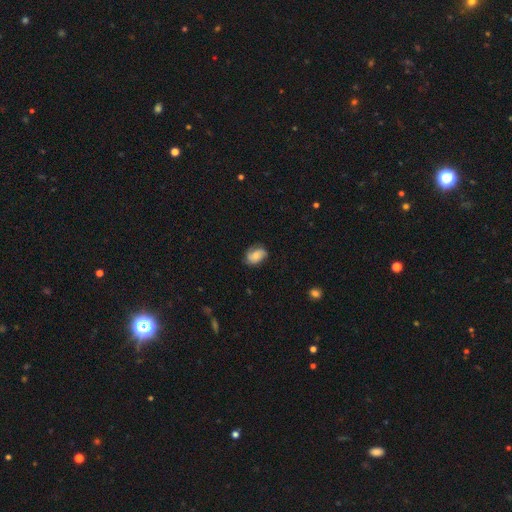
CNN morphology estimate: The model was most divided on "smooth or featured": smooth: 52%, featured or disk: 39%, star or artifact: 9%. More confident: how rounded — in between (77%); merging — none (71%).